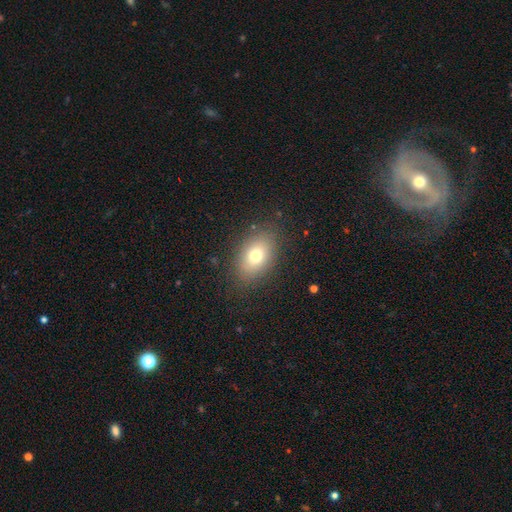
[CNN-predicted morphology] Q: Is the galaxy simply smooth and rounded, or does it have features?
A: smooth — 73%.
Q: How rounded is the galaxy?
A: in between — 81%.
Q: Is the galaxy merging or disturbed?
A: none — 84%.